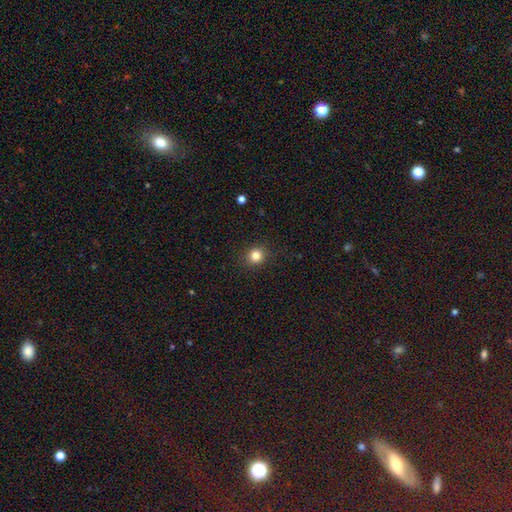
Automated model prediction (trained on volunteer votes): Smooth or featured? smooth (83%)
How rounded? round (85%)
Merging? none (90%)